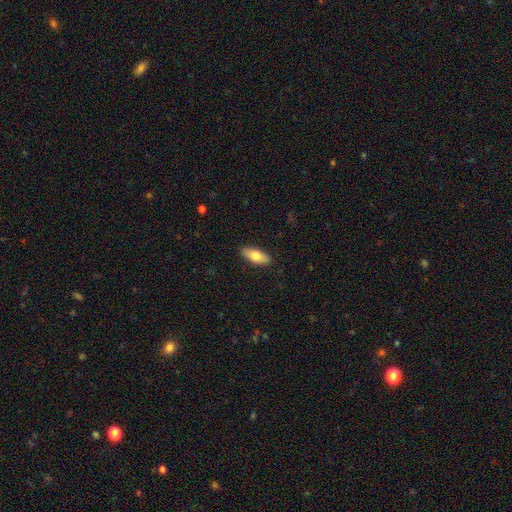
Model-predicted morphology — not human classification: type=smooth (75%); roundness=in between (76%); merging=none (89%).